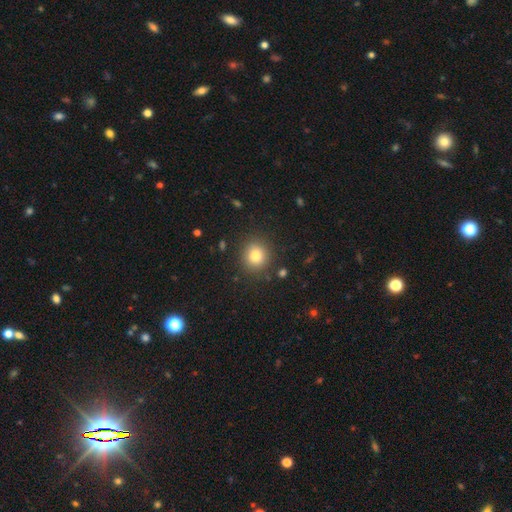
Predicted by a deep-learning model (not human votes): This appears to be a smooth galaxy with no disk features (80%) that is round (89%). Merging: none (88%).